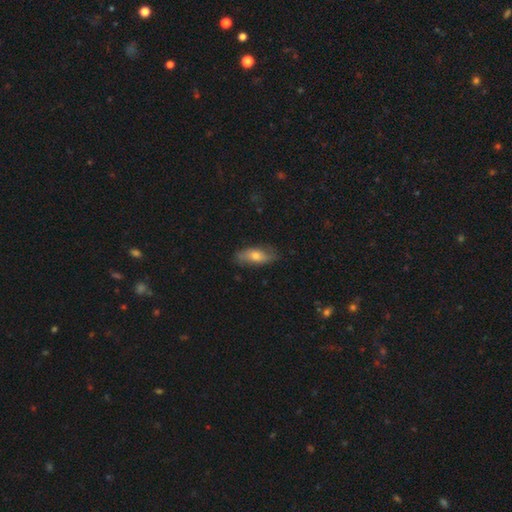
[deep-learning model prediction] Smooth or featured? smooth (58%)
How rounded? in between (73%)
Merging? none (77%)